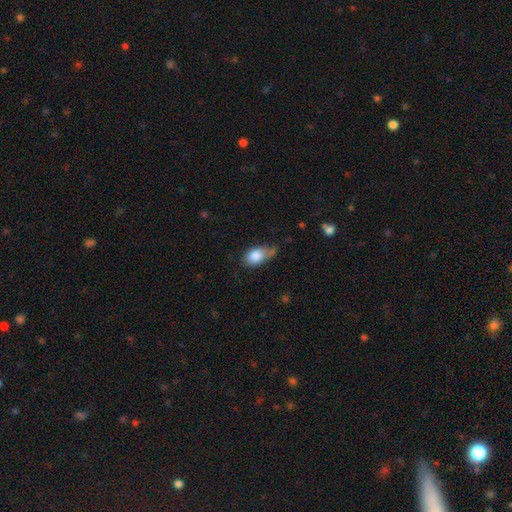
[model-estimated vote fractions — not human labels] The model was most divided on "merging": minor disturbance: 41%, none: 39%, major disturbance: 14%, merger: 6%. More confident: how rounded — in between (85%); smooth or featured — smooth (83%).